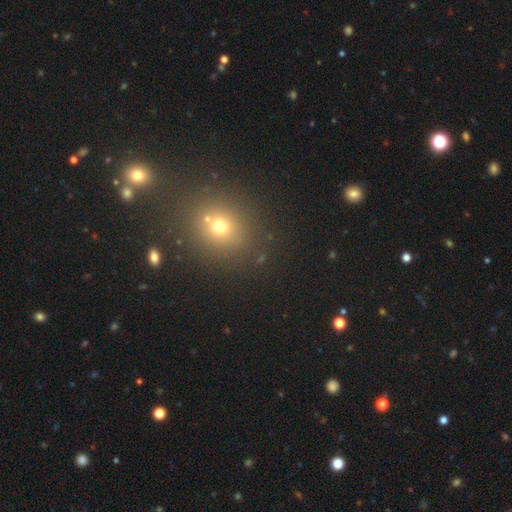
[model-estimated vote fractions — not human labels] This is possibly a smooth galaxy (52%). How rounded: likely round (75%). Merging: clearly none (83%).